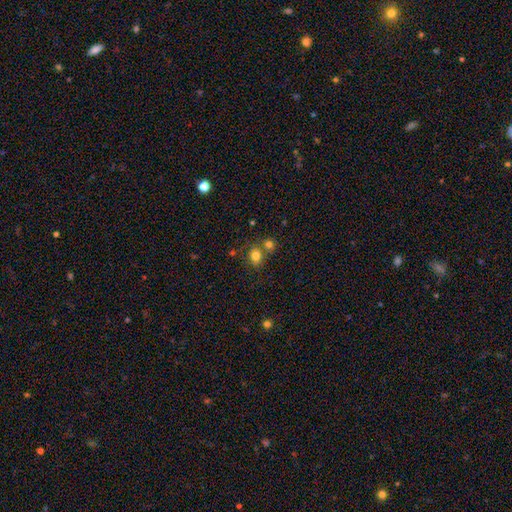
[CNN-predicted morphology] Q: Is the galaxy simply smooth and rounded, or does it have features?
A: smooth — 78%.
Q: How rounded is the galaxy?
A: round — 67%.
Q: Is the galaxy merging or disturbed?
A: none — 58%.